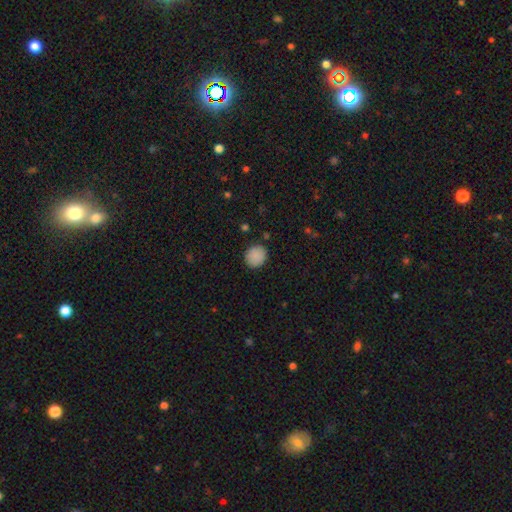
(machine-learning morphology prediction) Overall: smooth (87%). How rounded: round (82%). Merging: none (86%).